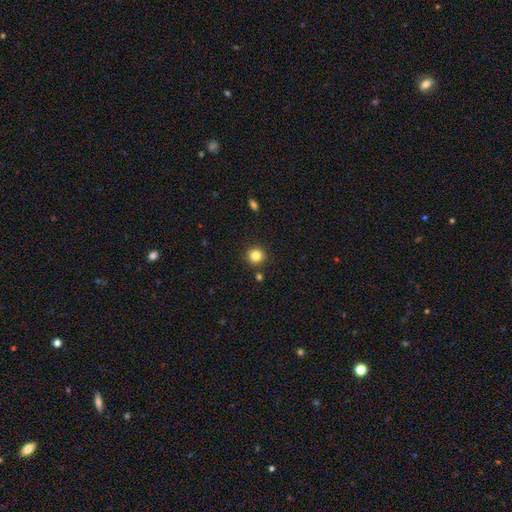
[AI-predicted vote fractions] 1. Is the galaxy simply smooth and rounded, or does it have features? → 83% smooth, 12% star or artifact, 5% featured or disk.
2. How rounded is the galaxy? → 91% round, 8% in between, 1% cigar-shaped.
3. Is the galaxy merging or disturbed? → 88% none, 7% minor disturbance, 3% merger, 2% major disturbance.